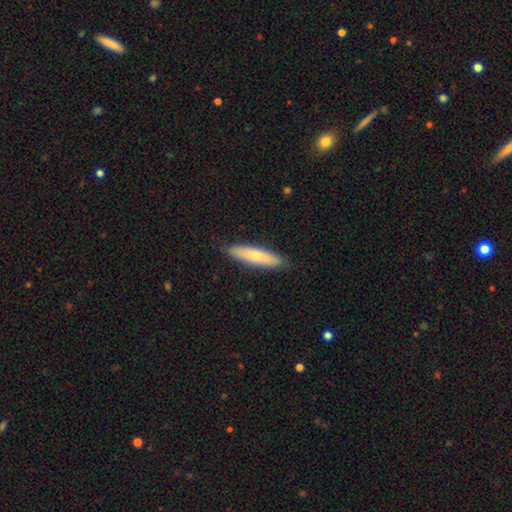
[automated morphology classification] smooth-or-featured: smooth: 64% | featured or disk: 31% | star or artifact: 5%
  how-rounded: cigar-shaped: 76% | in between: 23% | round: 2%
  merging: none: 88% | minor disturbance: 9% | major disturbance: 2% | merger: 1%